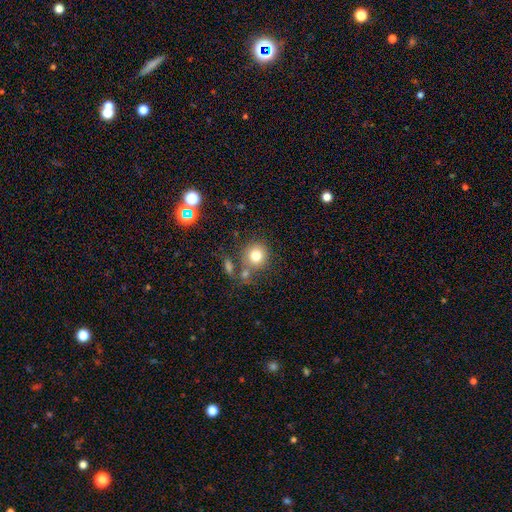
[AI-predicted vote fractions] smooth 78%, star or artifact 12%, featured or disk 10%. Down the decision tree: how rounded — round (87%); merging — none (66%).